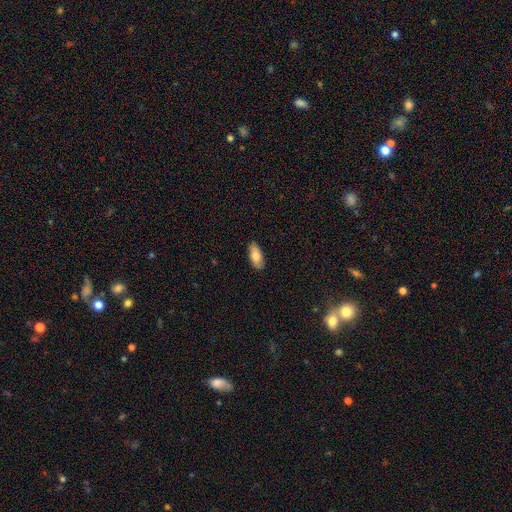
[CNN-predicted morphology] Q: Smooth or featured?
A: smooth (81%); runner-up: featured or disk (13%)
Q: How rounded?
A: in between (86%); runner-up: cigar-shaped (12%)
Q: Merging?
A: none (87%); runner-up: minor disturbance (10%)